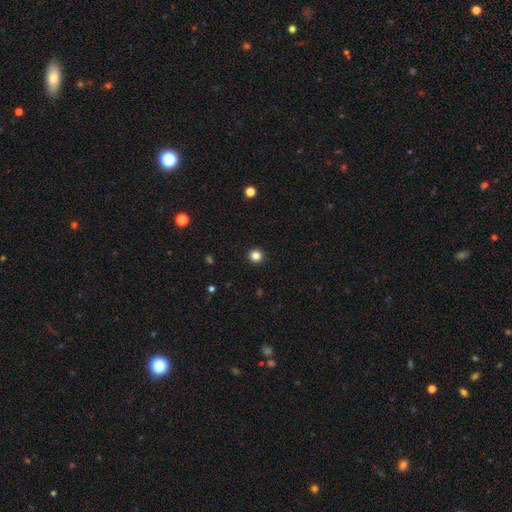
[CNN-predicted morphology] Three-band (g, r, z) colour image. It shows a smooth galaxy with no disk features (84%) that is round (94%). Merging: none (93%).